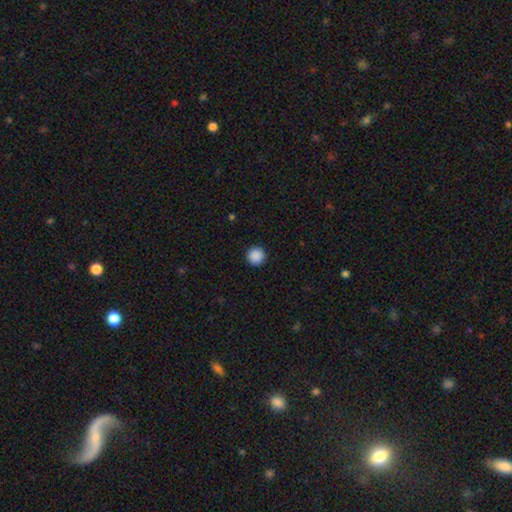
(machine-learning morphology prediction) smooth_or_featured: smooth (p=0.89) [alt: star or artifact p=0.09]
how_rounded: round (p=0.96) [alt: in between p=0.03]
merging: none (p=0.93) [alt: minor disturbance p=0.05]